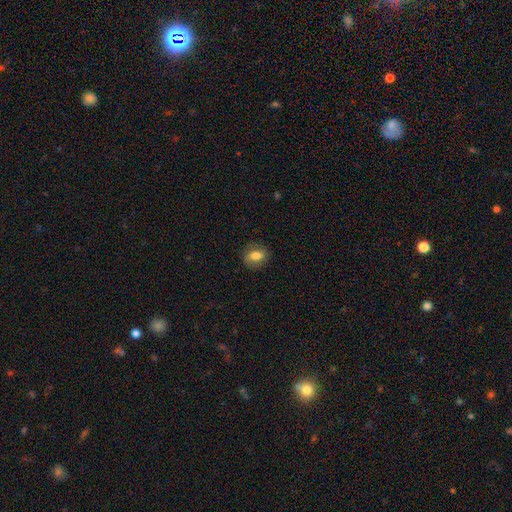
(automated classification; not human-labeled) A smooth galaxy with no disk features (70%) that is in between round and cigar-shaped (61%). Merging: none (80%).